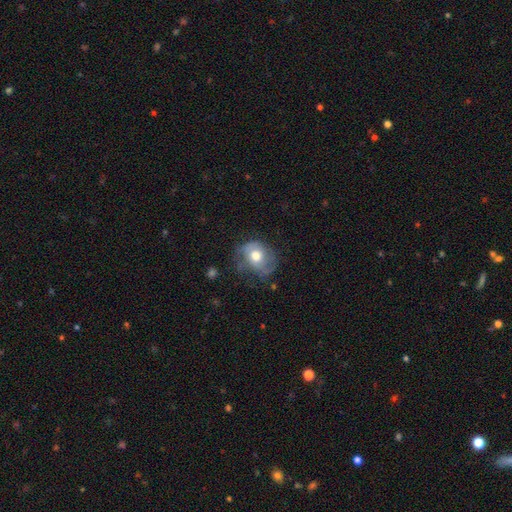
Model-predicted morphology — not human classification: Smooth or featured: smooth — 50% (featured or disk — 42%)
How rounded: round — 56% (in between — 42%)
Merging: none — 47% (minor disturbance — 30%)